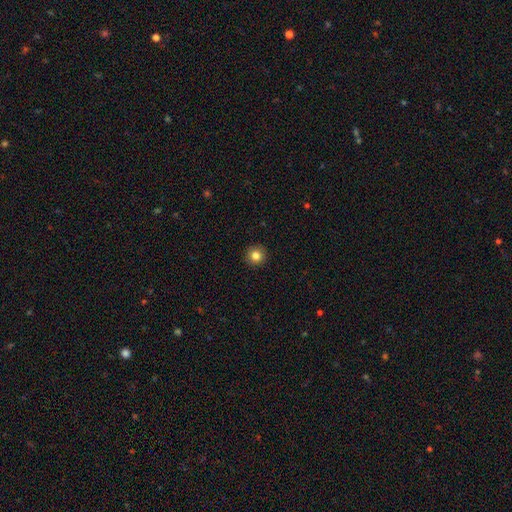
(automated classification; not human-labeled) This is clearly a smooth galaxy (84%). How rounded: clearly round (95%). Merging: clearly none (93%).